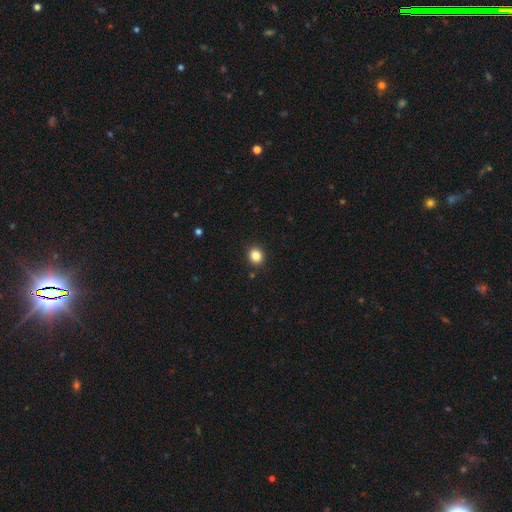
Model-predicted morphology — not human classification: Smooth or featured? smooth (84%)
How rounded? round (77%)
Merging? none (91%)